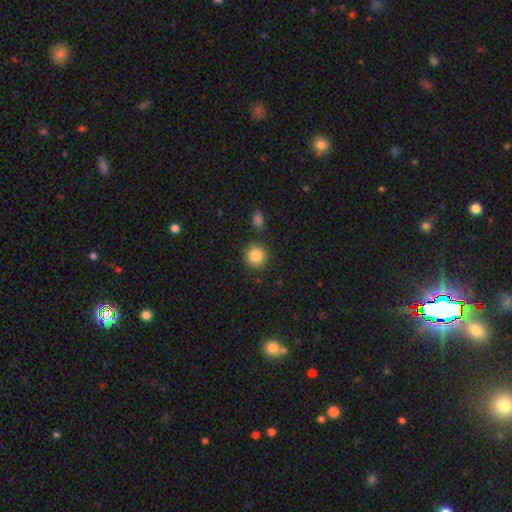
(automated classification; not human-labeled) This is clearly a smooth galaxy (85%). How rounded: clearly round (91%). Merging: clearly none (85%).